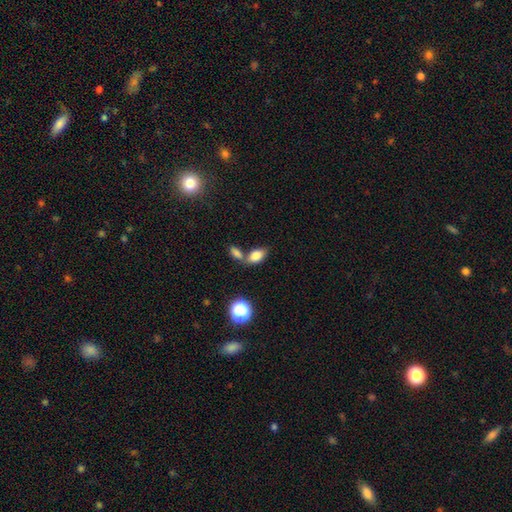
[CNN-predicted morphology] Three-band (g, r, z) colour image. It shows a smooth galaxy with no disk features (80%) that is in between round and cigar-shaped (87%). Merging: none (47%).